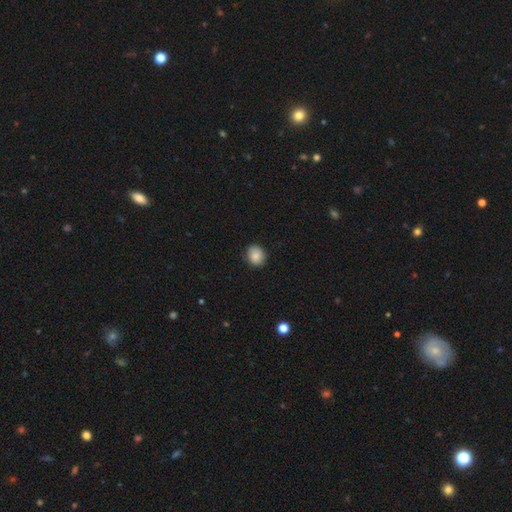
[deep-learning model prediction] This appears to be a smooth galaxy with no disk features (86%) that is round (64%). Merging: none (84%).